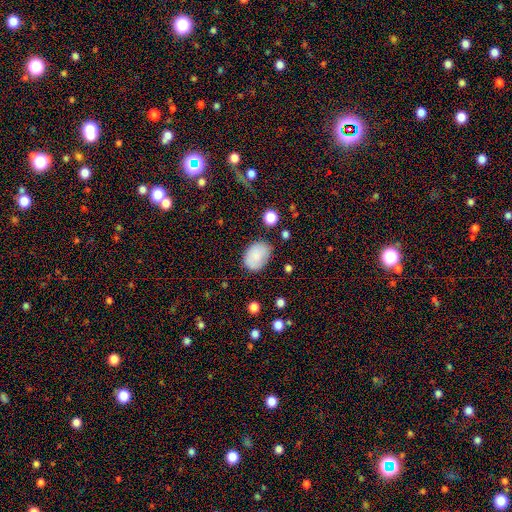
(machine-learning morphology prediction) smooth_or_featured: smooth (p=0.83) [alt: featured or disk p=0.09]
how_rounded: in between (p=0.74) [alt: round p=0.25]
merging: none (p=0.73) [alt: minor disturbance p=0.19]